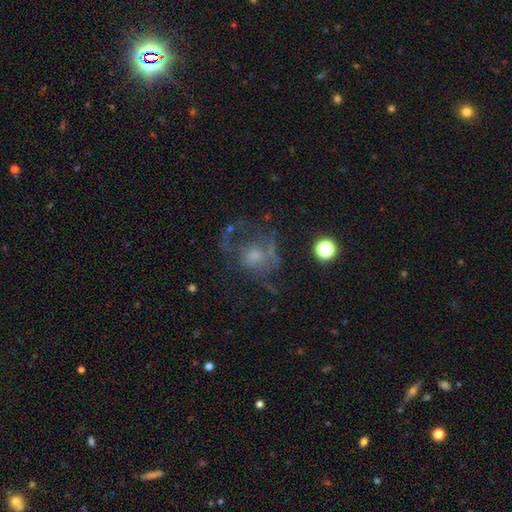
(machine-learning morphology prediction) smooth_or_featured: featured or disk (p=0.51) [alt: smooth p=0.31]
disk_edge_on: no (p=0.97) [alt: yes p=0.03]
merging: none (p=0.40) [alt: major disturbance p=0.38]